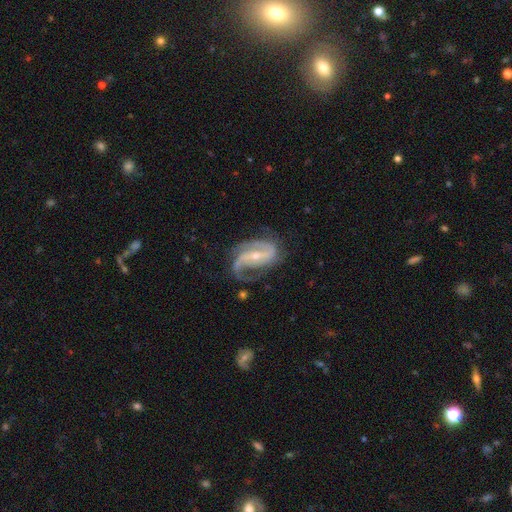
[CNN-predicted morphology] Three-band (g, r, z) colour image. It shows a featured or disk galaxy (90%) with a strong bar (48%), 2 (76%) medium (49%) spiral arms (97%) and a small central bulge (62%). Merging: none (62%).